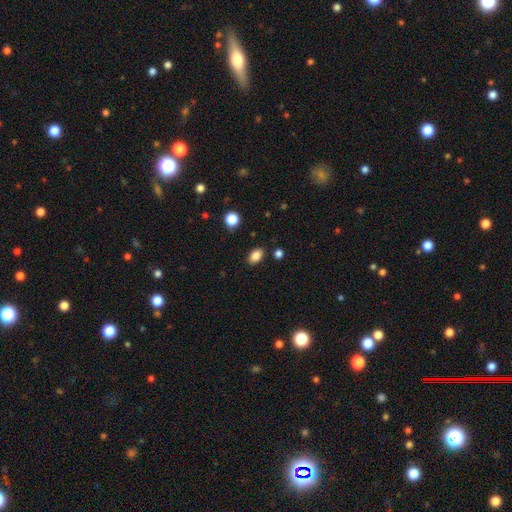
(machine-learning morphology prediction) A smooth galaxy with no disk features (86%) that is in between round and cigar-shaped (85%). Merging: none (86%).